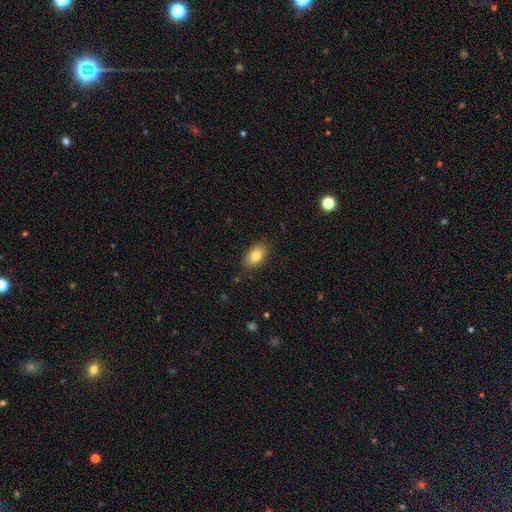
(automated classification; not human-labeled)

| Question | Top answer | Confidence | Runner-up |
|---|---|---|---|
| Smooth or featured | smooth | 82% | featured or disk (10%) |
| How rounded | in between | 90% | round (8%) |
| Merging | none | 87% | minor disturbance (10%) |